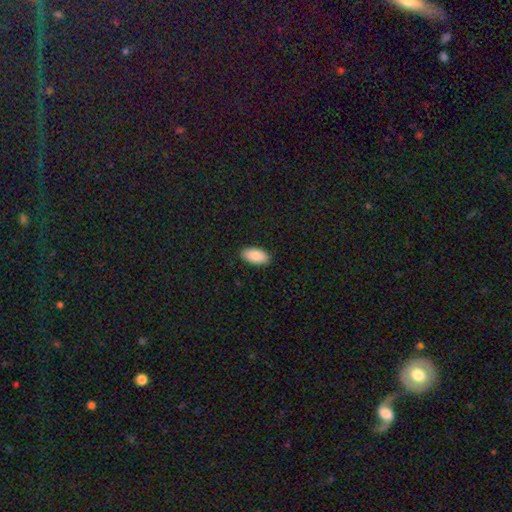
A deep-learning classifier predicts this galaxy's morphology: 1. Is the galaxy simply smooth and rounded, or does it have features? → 89% smooth, 6% star or artifact, 5% featured or disk.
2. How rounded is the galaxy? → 94% in between, 4% cigar-shaped, 2% round.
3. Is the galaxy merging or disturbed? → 90% none, 8% minor disturbance, 2% major disturbance, 1% merger.